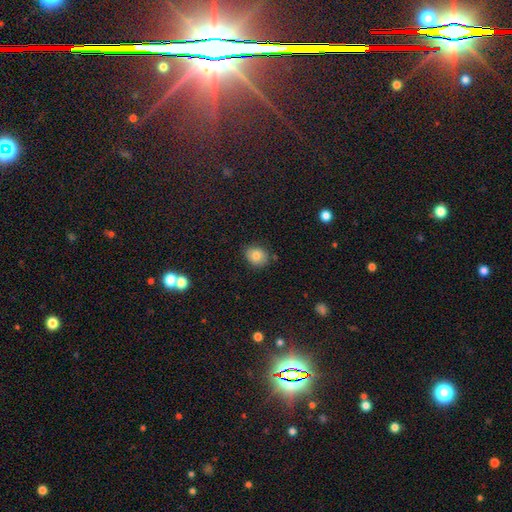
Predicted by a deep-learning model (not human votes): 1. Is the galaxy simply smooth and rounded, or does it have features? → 78% smooth, 11% featured or disk, 11% star or artifact.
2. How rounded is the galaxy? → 54% round, 45% in between, 1% cigar-shaped.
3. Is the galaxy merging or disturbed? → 78% none, 17% minor disturbance, 3% major disturbance, 2% merger.